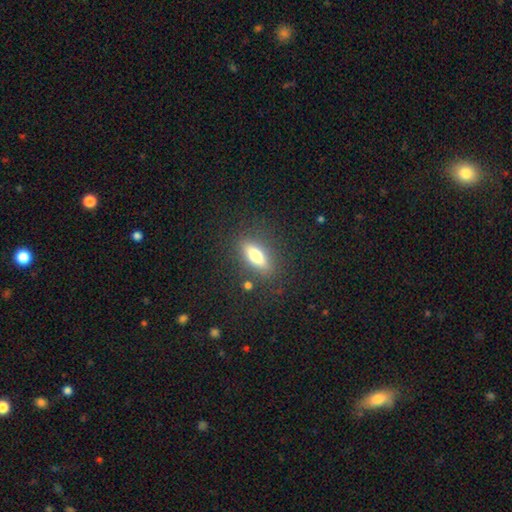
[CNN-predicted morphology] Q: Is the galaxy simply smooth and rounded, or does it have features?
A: smooth — 68%.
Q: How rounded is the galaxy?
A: in between — 65%.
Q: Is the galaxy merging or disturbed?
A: none — 84%.